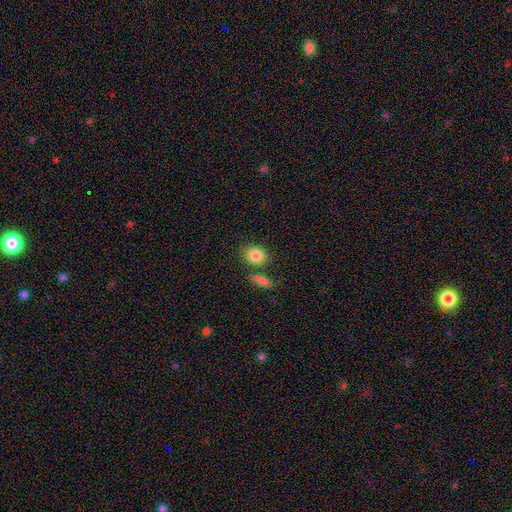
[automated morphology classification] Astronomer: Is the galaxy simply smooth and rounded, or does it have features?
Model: smooth — 86%.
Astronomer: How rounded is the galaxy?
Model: round — 61% (runner-up: in between, 38%).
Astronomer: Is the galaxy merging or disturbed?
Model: none — 68%.